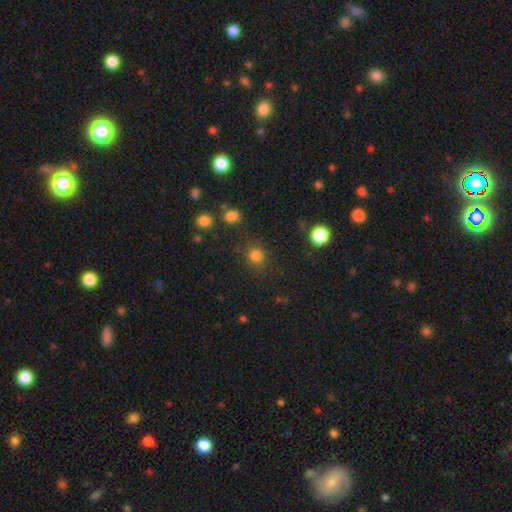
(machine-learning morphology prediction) type=smooth (80%); roundness=round (90%); merging=none (82%).